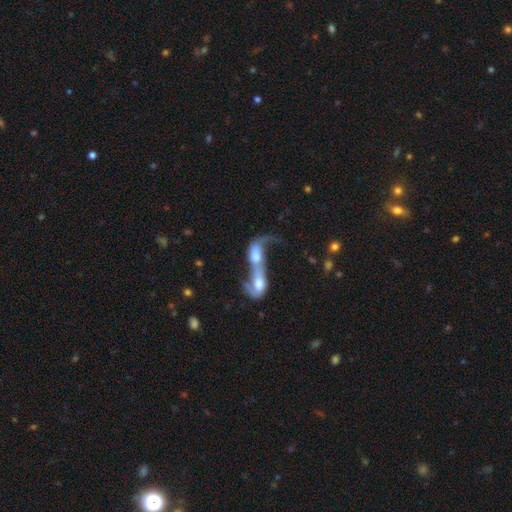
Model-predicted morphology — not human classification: A smooth galaxy with no disk features (46%).

Vote fractions:
- Smooth or featured? smooth: 46% / featured or disk: 45% / star or artifact: 9%
- Merging? merger: 85% / major disturbance: 8% / none: 4% / minor disturbance: 3%